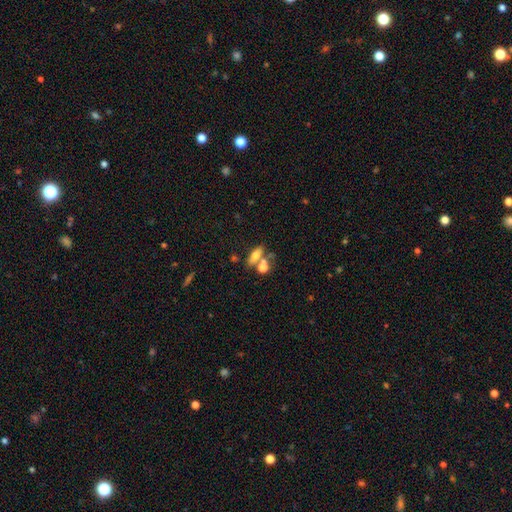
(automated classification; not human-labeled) Morphology: type=smooth (64%); roundness=in between (68%); merging=none (44%).